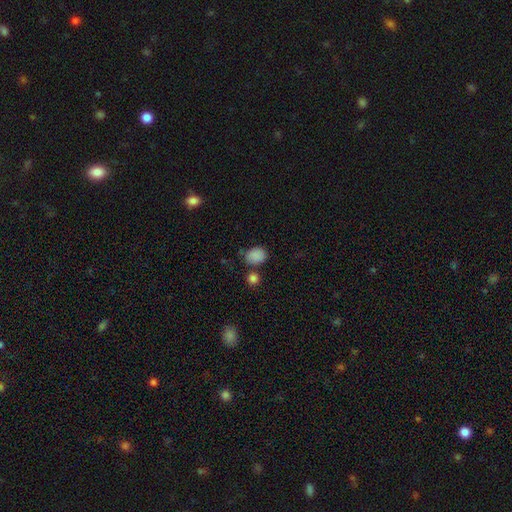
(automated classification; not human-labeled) Smooth or featured: smooth — 85% (star or artifact — 10%)
How rounded: in between — 55% (round — 44%)
Merging: none — 66% (minor disturbance — 17%)